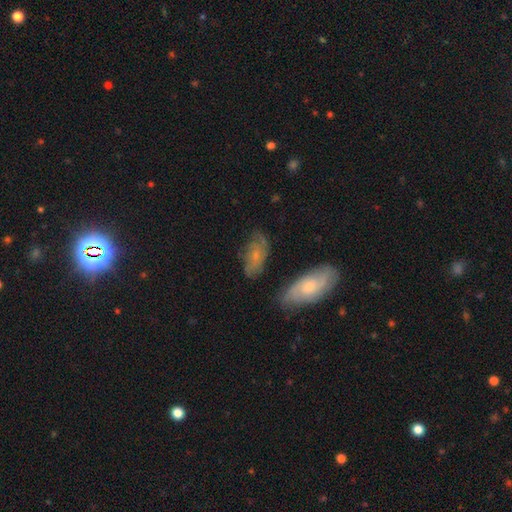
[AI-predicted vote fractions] Smooth or featured? Predicted: featured or disk (p=0.48). Merging? Predicted: none (p=0.59).